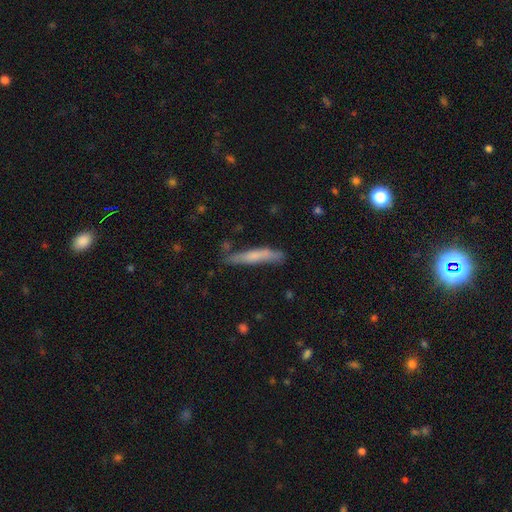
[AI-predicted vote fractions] Morphology: type=smooth (63%); roundness=cigar-shaped (93%); merging=none (73%).